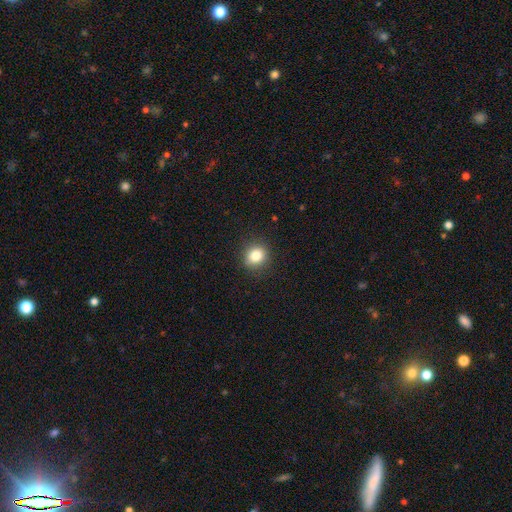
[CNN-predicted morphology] The model was most divided on "how rounded": round: 76%, in between: 23%, cigar-shaped: 1%. More confident: merging — none (89%); smooth or featured — smooth (83%).